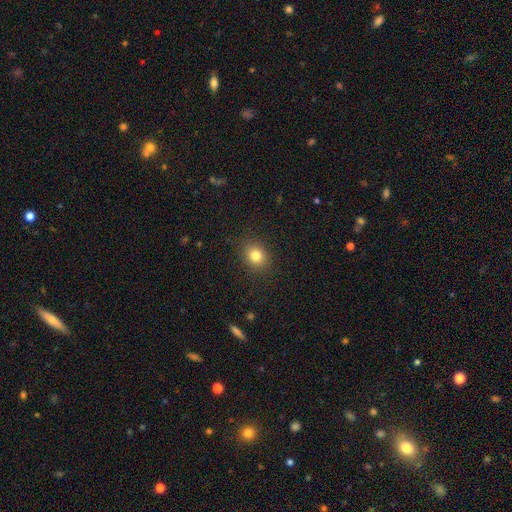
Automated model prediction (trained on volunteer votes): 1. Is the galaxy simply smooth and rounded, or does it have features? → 81% smooth, 12% star or artifact, 7% featured or disk.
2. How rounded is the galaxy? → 69% round, 30% in between, 1% cigar-shaped.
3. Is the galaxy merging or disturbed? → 88% none, 9% minor disturbance, 3% major disturbance, 1% merger.